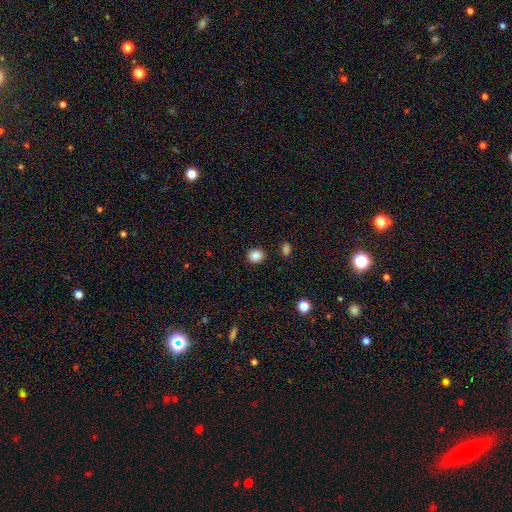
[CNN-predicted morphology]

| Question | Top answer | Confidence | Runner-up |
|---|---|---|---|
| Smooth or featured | smooth | 86% | star or artifact (10%) |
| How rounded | round | 77% | in between (22%) |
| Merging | none | 90% | minor disturbance (6%) |